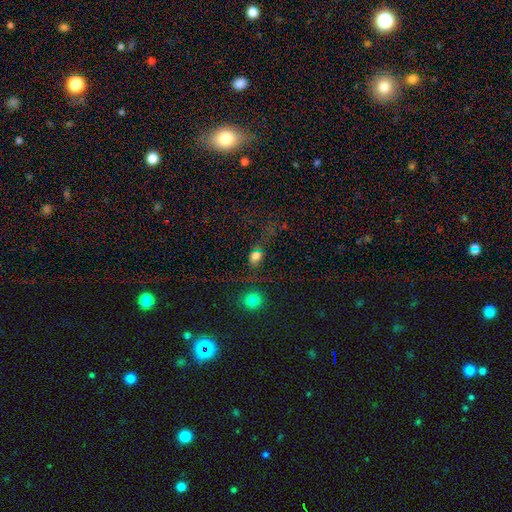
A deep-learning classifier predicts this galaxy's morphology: Overall: smooth (66%). How rounded: in between (54%; round 40%). Merging: none (58%).